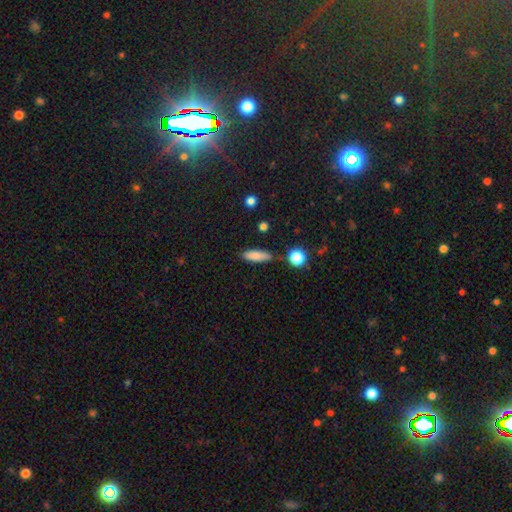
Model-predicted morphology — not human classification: Smooth or featured? Predicted: smooth (p=0.83). How rounded? Predicted: cigar-shaped (p=0.50). Merging? Predicted: none (p=0.83).